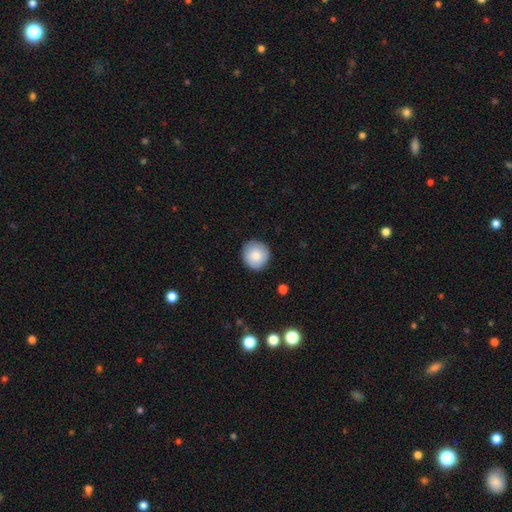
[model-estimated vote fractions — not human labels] Smooth or featured? Predicted: smooth (p=0.84). How rounded? Predicted: round (p=0.93). Merging? Predicted: none (p=0.89).